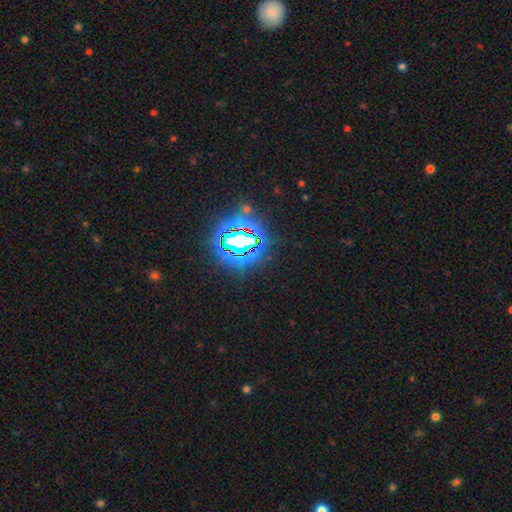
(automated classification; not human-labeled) A star or artifact, not a galaxy (84%).